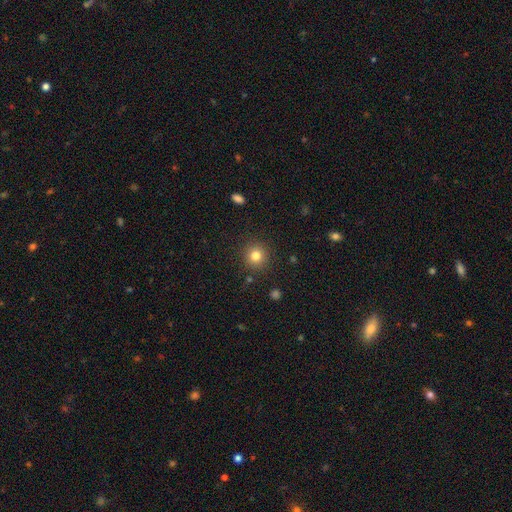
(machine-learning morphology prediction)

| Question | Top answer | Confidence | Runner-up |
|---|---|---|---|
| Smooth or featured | smooth | 80% | star or artifact (13%) |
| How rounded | round | 94% | in between (6%) |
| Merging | none | 89% | minor disturbance (7%) |